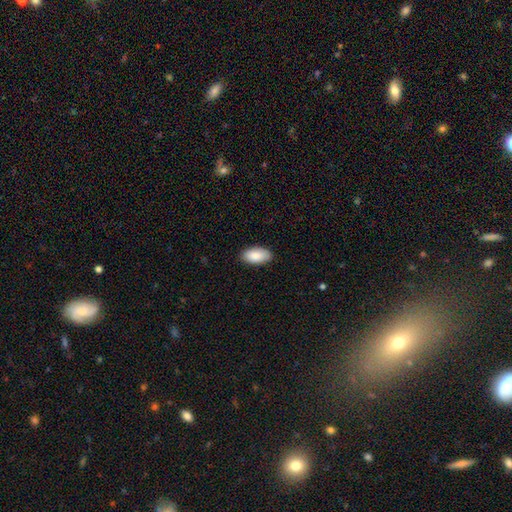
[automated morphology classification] smooth_or_featured: smooth (p=0.88) [alt: featured or disk p=0.06]
how_rounded: in between (p=0.95) [alt: cigar-shaped p=0.03]
merging: none (p=0.88) [alt: minor disturbance p=0.09]